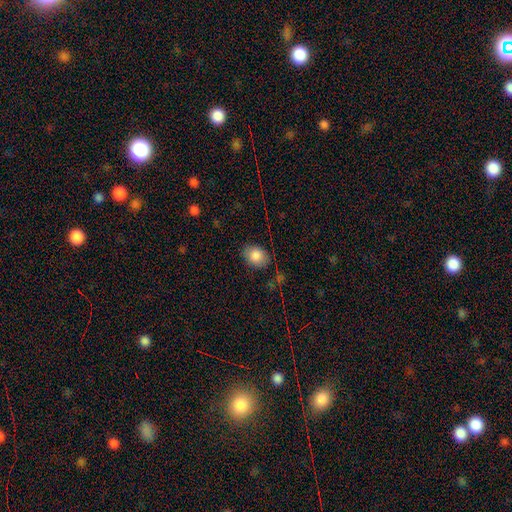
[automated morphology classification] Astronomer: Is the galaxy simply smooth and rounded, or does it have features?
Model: smooth — 85%.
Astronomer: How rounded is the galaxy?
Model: in between — 63%.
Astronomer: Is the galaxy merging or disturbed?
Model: none — 82%.